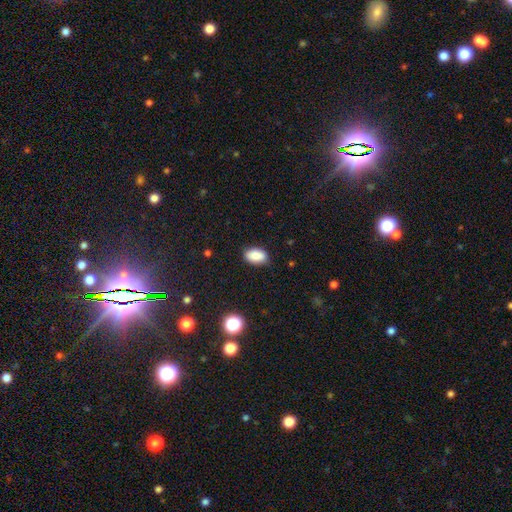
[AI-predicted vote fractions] Q: Smooth or featured?
A: smooth (88%); runner-up: star or artifact (8%)
Q: How rounded?
A: in between (92%); runner-up: round (7%)
Q: Merging?
A: none (85%); runner-up: minor disturbance (12%)